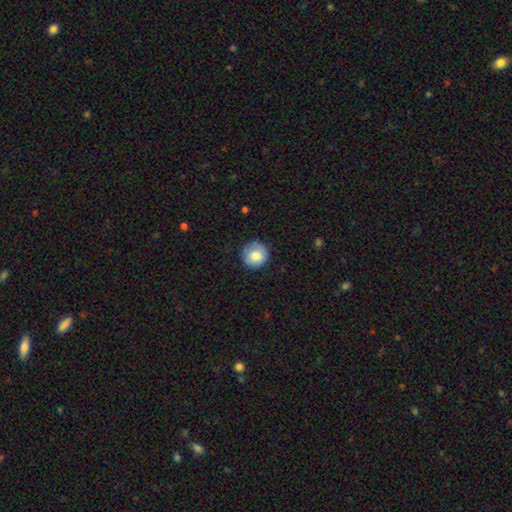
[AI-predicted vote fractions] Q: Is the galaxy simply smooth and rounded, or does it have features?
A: smooth — 82%.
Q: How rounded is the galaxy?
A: round — 94%.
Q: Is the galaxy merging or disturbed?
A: none — 85%.